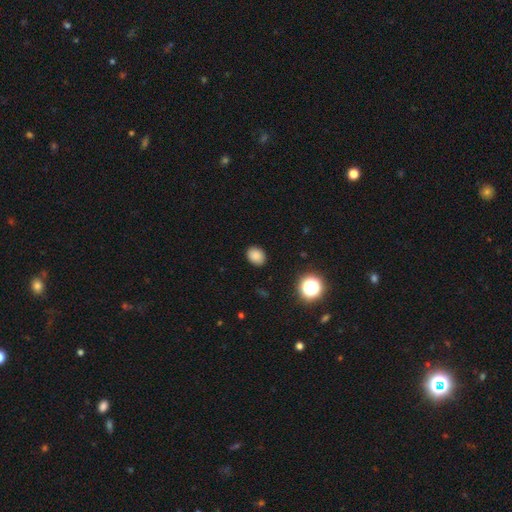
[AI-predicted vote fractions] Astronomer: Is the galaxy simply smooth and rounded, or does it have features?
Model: smooth — 84%.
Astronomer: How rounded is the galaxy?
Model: in between — 55% (runner-up: round, 44%).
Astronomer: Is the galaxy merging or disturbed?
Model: none — 89%.